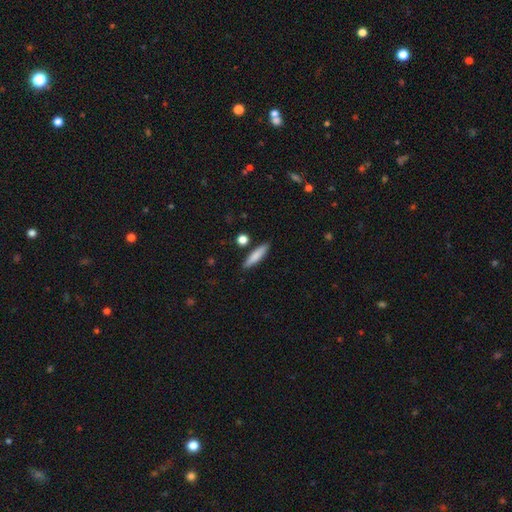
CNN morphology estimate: A smooth galaxy with no disk features (79%) that is cigar-shaped (80%). Merging: none (86%).